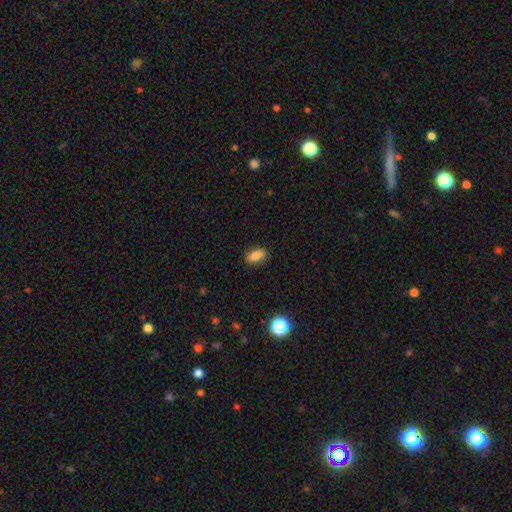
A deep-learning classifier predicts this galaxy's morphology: Smooth or featured: smooth — 82% (featured or disk — 10%)
How rounded: in between — 84% (cigar-shaped — 11%)
Merging: none — 85% (minor disturbance — 12%)